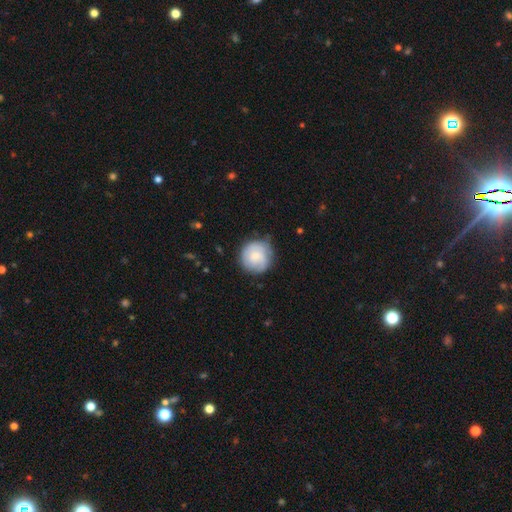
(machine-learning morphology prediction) smooth-or-featured: smooth: 63% | featured or disk: 31% | star or artifact: 6%
  how-rounded: round: 92% | in between: 7% | cigar-shaped: 1%
  merging: none: 73% | minor disturbance: 20% | major disturbance: 5% | merger: 1%